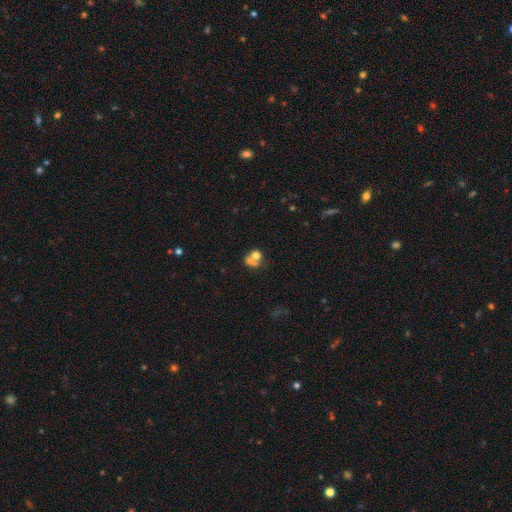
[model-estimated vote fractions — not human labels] smooth 62%, featured or disk 24%, star or artifact 14%. Down the decision tree: how rounded — round (68%); merging — merger (55%).